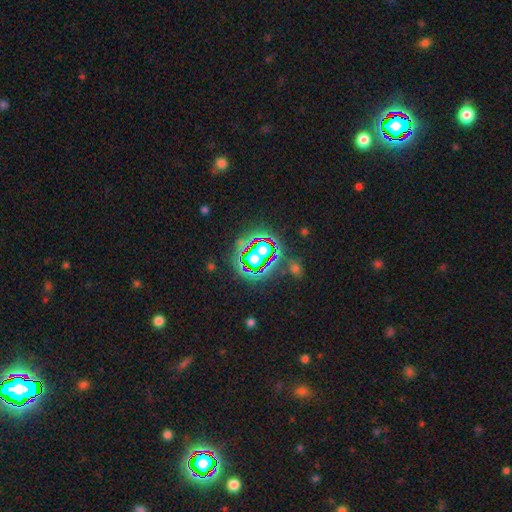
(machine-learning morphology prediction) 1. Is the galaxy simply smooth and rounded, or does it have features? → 74% star or artifact, 15% smooth, 11% featured or disk.